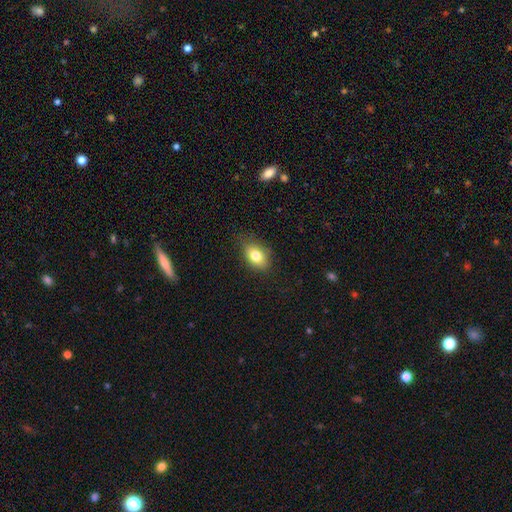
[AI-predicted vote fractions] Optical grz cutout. It shows a smooth galaxy with no disk features (79%) that is in between round and cigar-shaped (79%). Merging: none (74%).